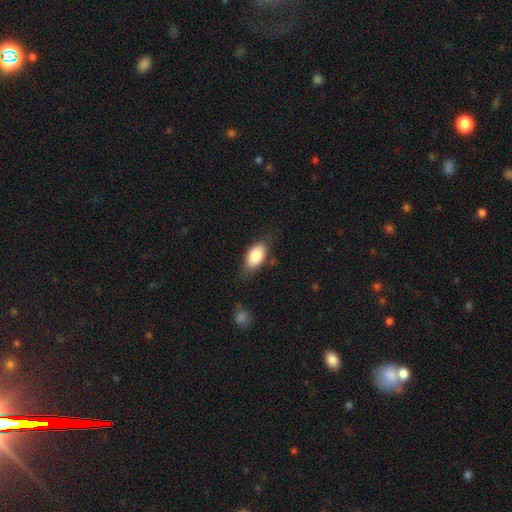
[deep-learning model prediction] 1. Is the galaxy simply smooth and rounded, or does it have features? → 82% smooth, 12% featured or disk, 7% star or artifact.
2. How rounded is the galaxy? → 90% in between, 5% cigar-shaped, 5% round.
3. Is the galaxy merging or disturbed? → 68% none, 22% minor disturbance, 7% major disturbance, 2% merger.